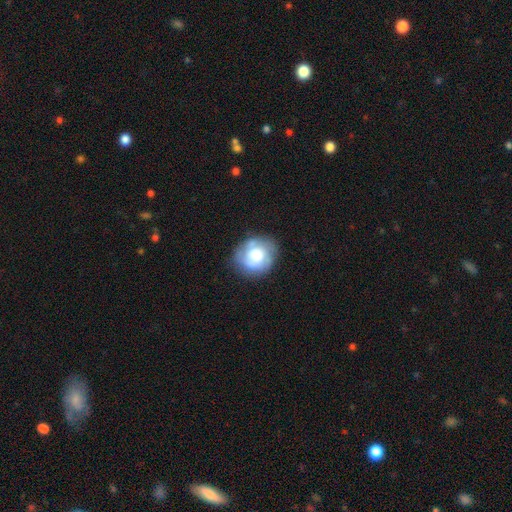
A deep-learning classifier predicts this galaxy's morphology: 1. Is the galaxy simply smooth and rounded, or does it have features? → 50% smooth, 42% featured or disk, 8% star or artifact.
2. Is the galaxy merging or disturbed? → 71% none, 19% minor disturbance, 7% major disturbance, 2% merger.